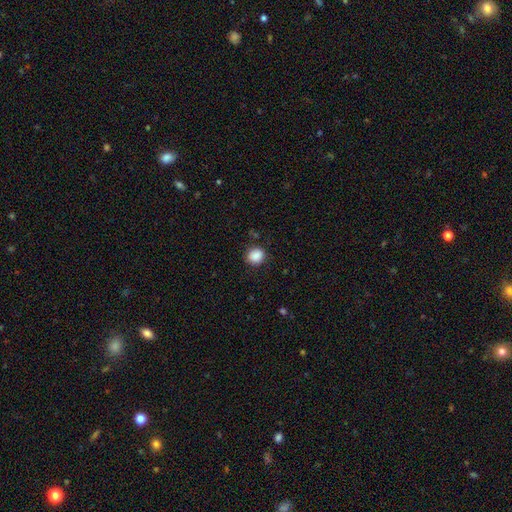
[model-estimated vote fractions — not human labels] Smooth or featured? smooth (88%)
How rounded? round (78%)
Merging? none (84%)